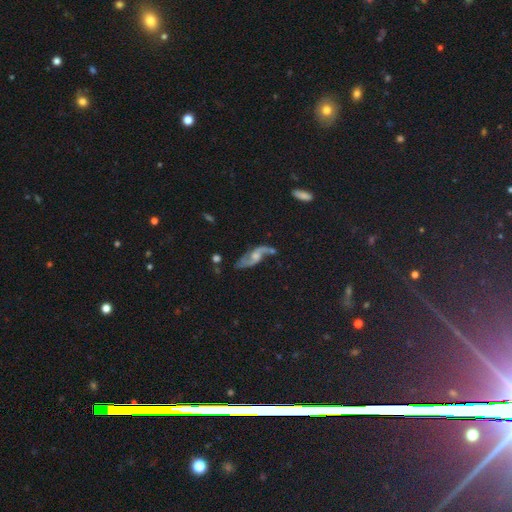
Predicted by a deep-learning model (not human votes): Q: Smooth or featured?
A: featured or disk (82%); runner-up: smooth (11%)
Q: Edge-on disk?
A: no (91%); runner-up: yes (9%)
Q: Bar?
A: no (54%); runner-up: weak (39%)
Q: Spiral arms?
A: yes (93%); runner-up: no (7%)
Q: Spiral winding?
A: loose (71%); runner-up: medium (23%)
Q: Spiral arm count?
A: 2 (91%); runner-up: can't tell (3%)
Q: Bulge size?
A: moderate (46%); runner-up: small (32%)
Q: Merging?
A: none (58%); runner-up: minor disturbance (20%)